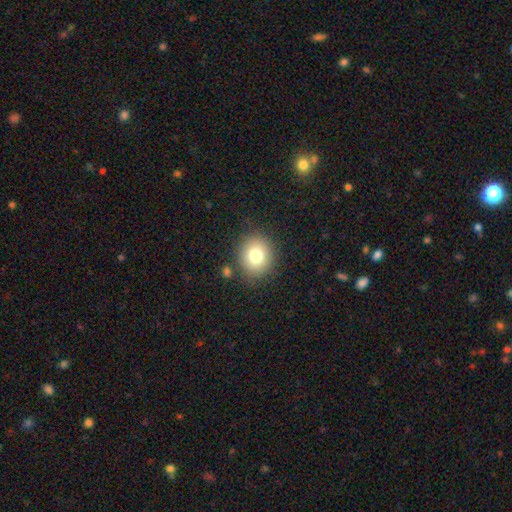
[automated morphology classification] A smooth galaxy with no disk features (78%) that is round (80%).

Vote fractions:
- Smooth or featured? smooth: 78% / star or artifact: 11% / featured or disk: 11%
- How rounded? round: 80% / in between: 19% / cigar-shaped: 1%
- Merging? none: 84% / minor disturbance: 9% / merger: 3% / major disturbance: 3%